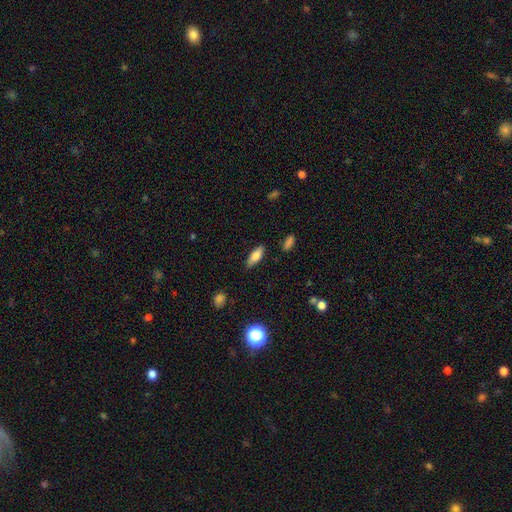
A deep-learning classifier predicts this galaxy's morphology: Smooth or featured: smooth — 75% (featured or disk — 17%)
How rounded: in between — 69% (cigar-shaped — 28%)
Merging: none — 86% (minor disturbance — 10%)